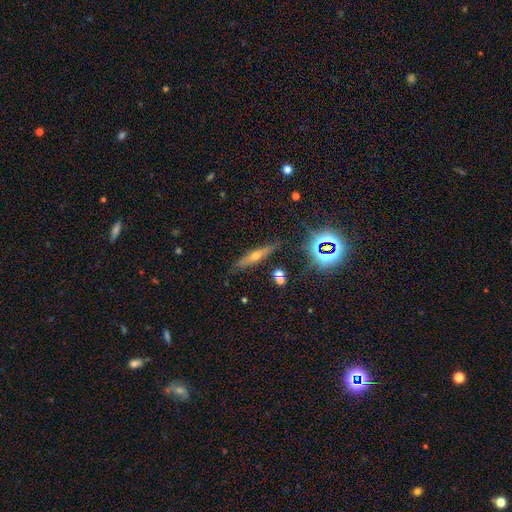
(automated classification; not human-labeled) This is possibly a featured or disk galaxy (52%). It is clearly viewed edge-on (90%). Merging: clearly none (84%).